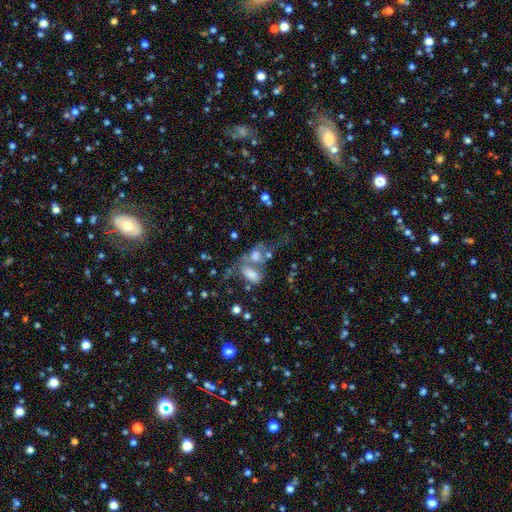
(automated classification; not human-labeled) A smooth galaxy with no disk features (61%) that is in between round and cigar-shaped (79%).

Vote fractions:
- Smooth or featured? smooth: 61% / featured or disk: 26% / star or artifact: 14%
- How rounded? in between: 79% / round: 17% / cigar-shaped: 4%
- Merging? merger: 52% / none: 20% / major disturbance: 17% / minor disturbance: 11%